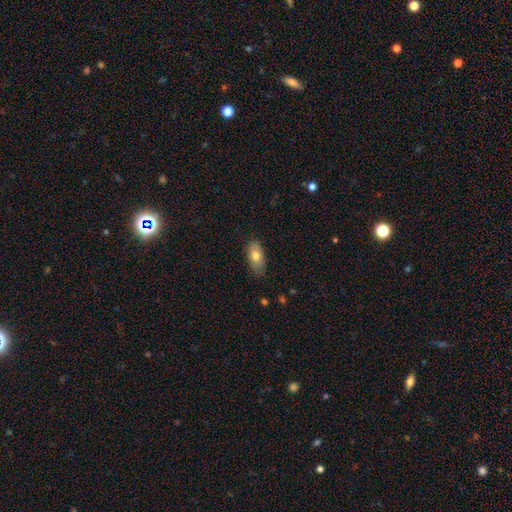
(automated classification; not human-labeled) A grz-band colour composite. It shows a smooth galaxy with no disk features (75%) that is in between round and cigar-shaped (88%). Merging: none (82%).